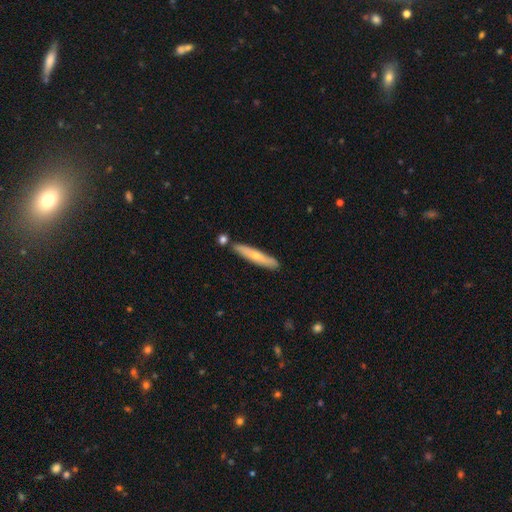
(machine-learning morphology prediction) This appears to be a smooth galaxy with no disk features (54%) that is cigar-shaped (91%). Merging: none (82%).